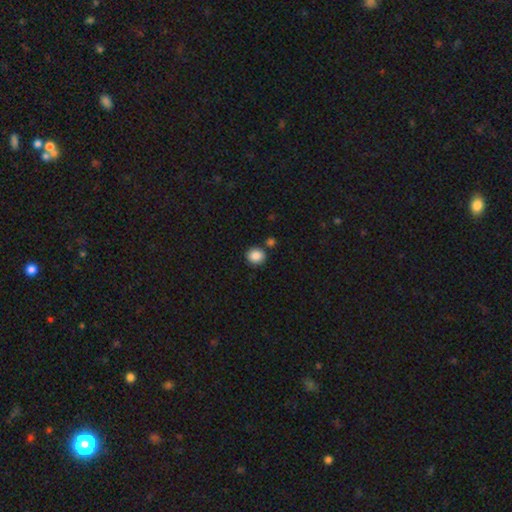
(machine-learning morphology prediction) This is clearly a smooth galaxy (88%). How rounded: likely round (79%). Merging: clearly none (80%).